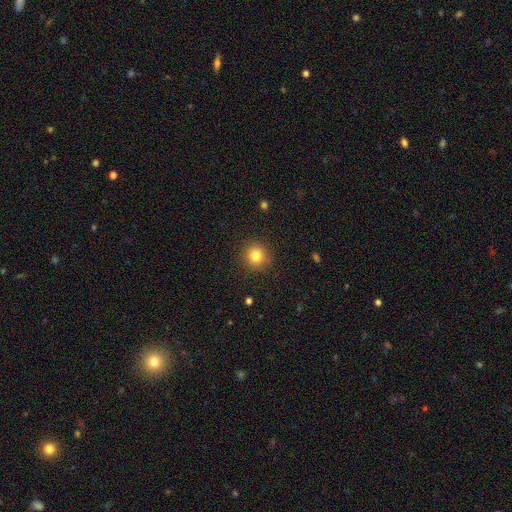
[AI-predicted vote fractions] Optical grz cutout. It shows a smooth galaxy with no disk features (82%) that is round (93%). Merging: none (91%).